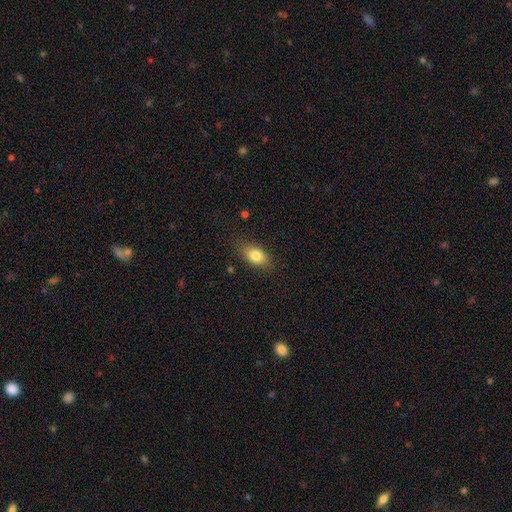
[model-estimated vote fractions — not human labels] smooth-or-featured: smooth: 81% | featured or disk: 11% | star or artifact: 8%
  how-rounded: in between: 85% | round: 10% | cigar-shaped: 5%
  merging: none: 81% | minor disturbance: 14% | major disturbance: 4% | merger: 1%